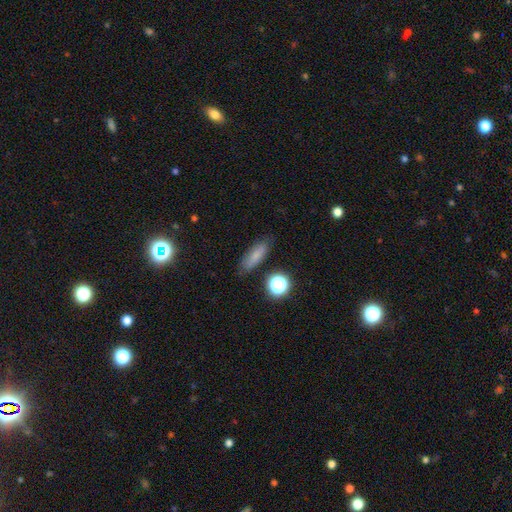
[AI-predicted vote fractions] Smooth or featured? Predicted: smooth (p=0.74). How rounded? Predicted: in between (p=0.55). Merging? Predicted: none (p=0.79).